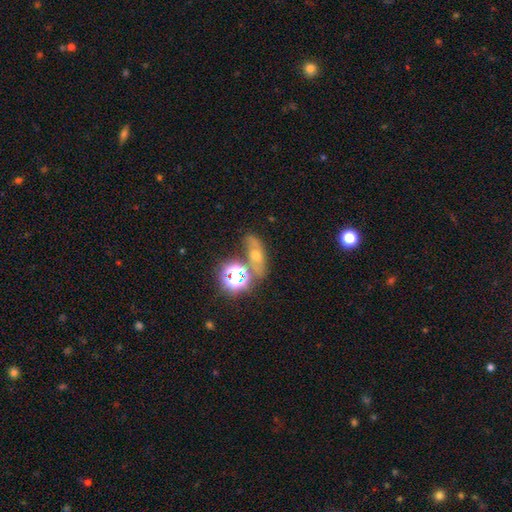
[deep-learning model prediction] The model was most divided on "smooth or featured": smooth: 37%, star or artifact: 33%, featured or disk: 30%. More confident: merging — none (54%).